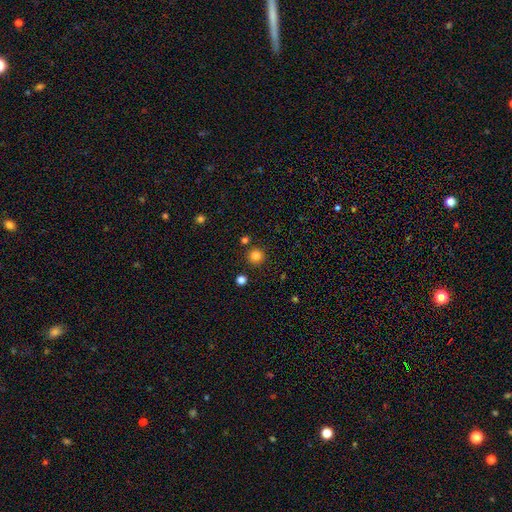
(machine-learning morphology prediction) Smooth or featured? smooth (81%)
How rounded? round (95%)
Merging? none (87%)